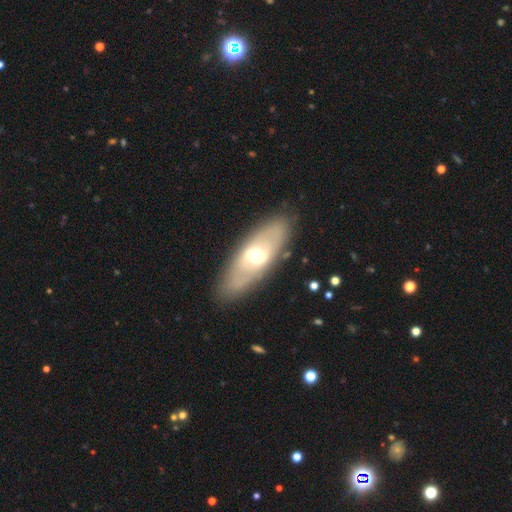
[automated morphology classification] The model was most divided on "smooth or featured": featured or disk: 55%, smooth: 39%, star or artifact: 6%. More confident: merging — none (85%); edge-on disk — no (75%).